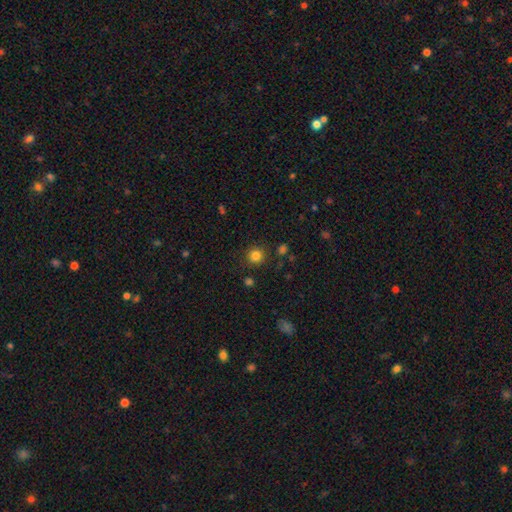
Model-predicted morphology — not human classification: This appears to be a smooth galaxy with no disk features (82%) that is round (93%). Merging: none (88%).